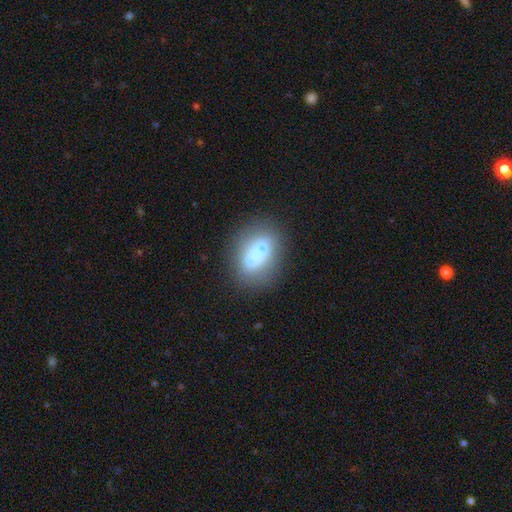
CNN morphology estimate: Smooth or featured? Predicted: smooth (p=0.55). How rounded? Predicted: in between (p=0.55). Merging? Predicted: none (p=0.43).